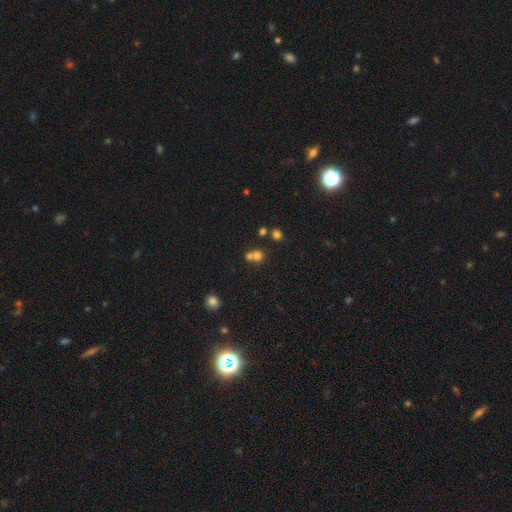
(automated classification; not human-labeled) A smooth galaxy with no disk features (70%) that is round (81%).

Vote fractions:
- Smooth or featured? smooth: 70% / star or artifact: 18% / featured or disk: 12%
- How rounded? round: 81% / in between: 17% / cigar-shaped: 1%
- Merging? merger: 50% / none: 41% / minor disturbance: 6% / major disturbance: 3%